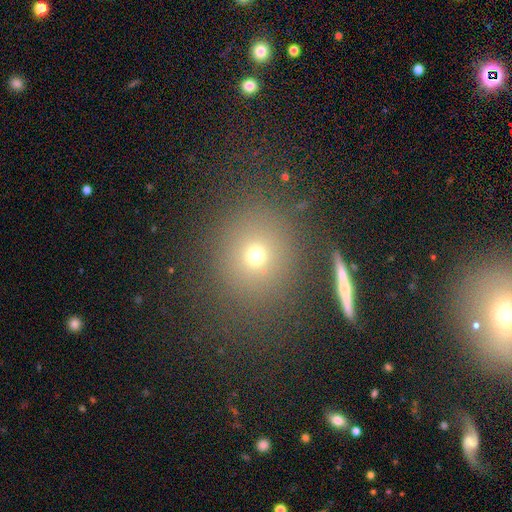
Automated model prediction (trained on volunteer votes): Smooth or featured? smooth (66%)
How rounded? round (82%)
Merging? none (83%)